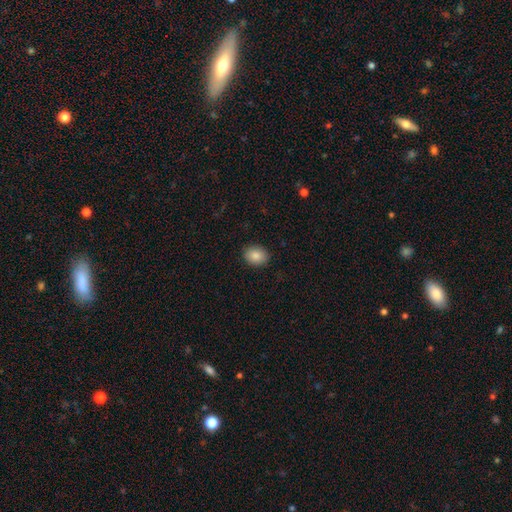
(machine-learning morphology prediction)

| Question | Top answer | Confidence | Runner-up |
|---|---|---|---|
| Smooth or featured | smooth | 86% | star or artifact (8%) |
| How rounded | in between | 53% | round (46%) |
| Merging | none | 89% | minor disturbance (8%) |